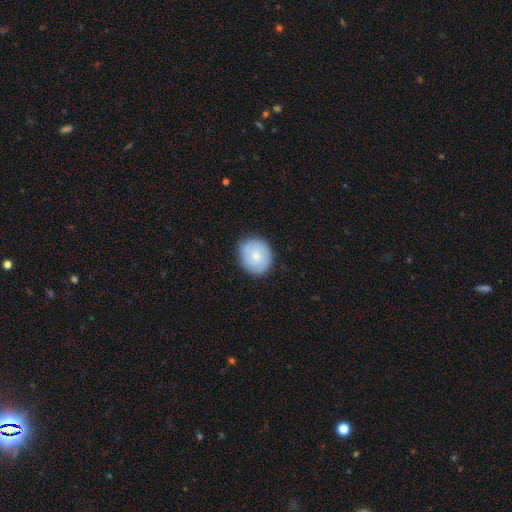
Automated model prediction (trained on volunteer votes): A smooth galaxy with no disk features (64%) that is round (78%). Merging: none (84%).